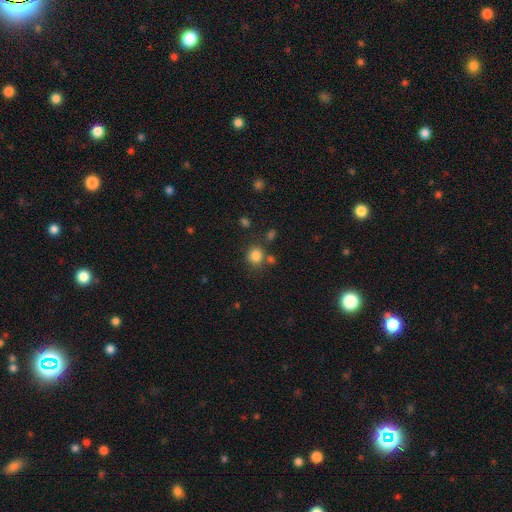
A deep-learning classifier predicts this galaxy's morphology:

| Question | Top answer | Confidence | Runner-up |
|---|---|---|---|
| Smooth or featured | smooth | 83% | star or artifact (12%) |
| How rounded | round | 84% | in between (15%) |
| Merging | none | 73% | merger (11%) |